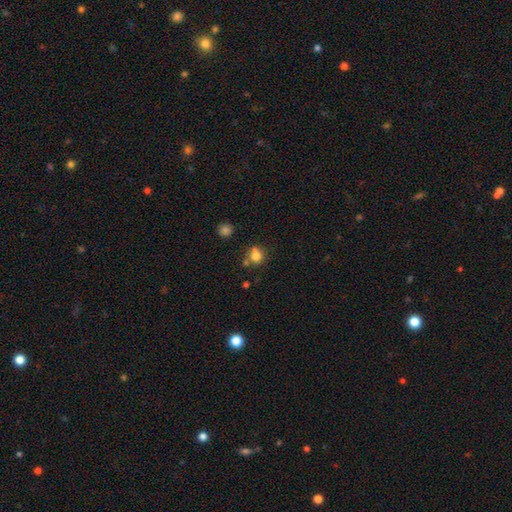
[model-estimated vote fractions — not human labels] smooth 78%, star or artifact 13%, featured or disk 9%. Down the decision tree: how rounded — round (85%); merging — none (61%).